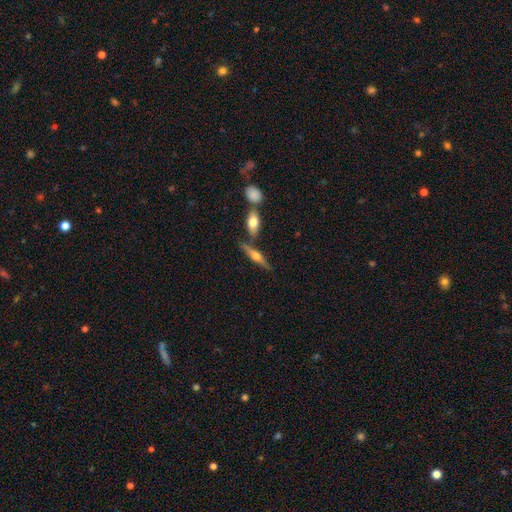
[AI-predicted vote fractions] Smooth or featured? Predicted: featured or disk (p=0.67). Edge-on disk? Predicted: yes (p=0.96). Edge-on bulge? Predicted: rounded (p=0.93). Merging? Predicted: none (p=0.72).